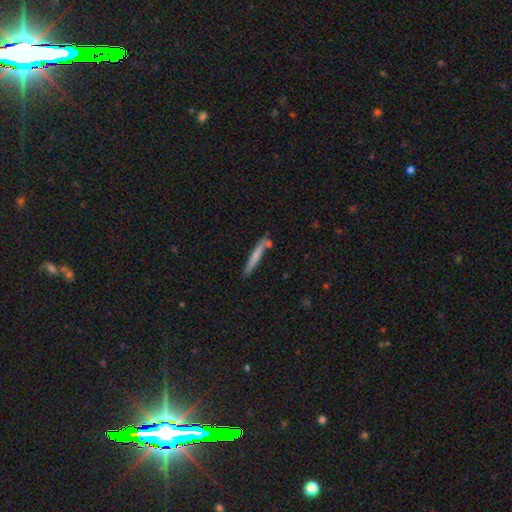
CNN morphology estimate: A smooth galaxy with no disk features (68%) that is cigar-shaped (96%). Merging: none (80%).